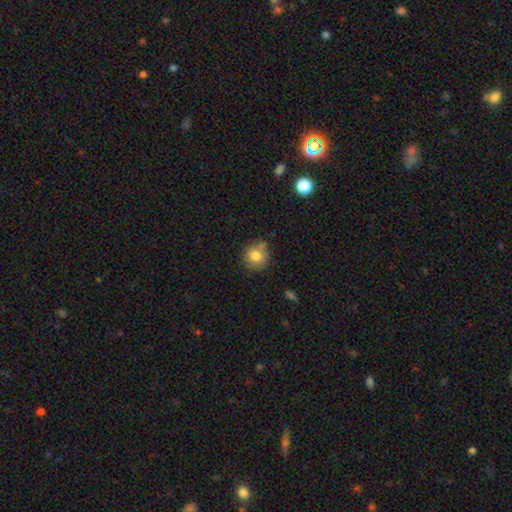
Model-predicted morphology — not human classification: The model was most divided on "merging": none: 74%, minor disturbance: 17%, merger: 6%, major disturbance: 3%. More confident: how rounded — round (89%); smooth or featured — smooth (81%).